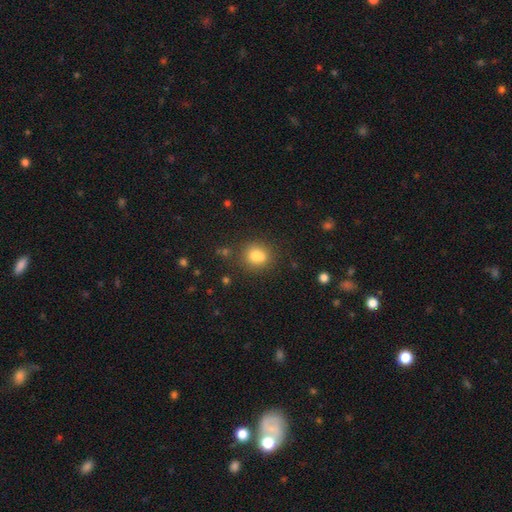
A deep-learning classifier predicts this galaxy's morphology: Smooth or featured? smooth (76%)
How rounded? round (72%)
Merging? none (57%)